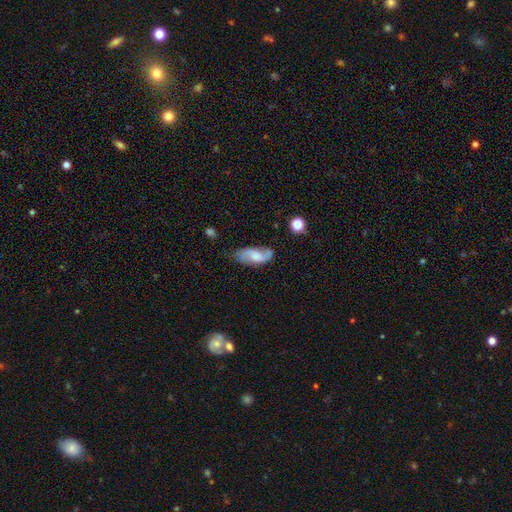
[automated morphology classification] smooth_or_featured: featured or disk (p=0.62) [alt: smooth p=0.31]
disk_edge_on: no (p=0.93) [alt: yes p=0.07]
bar: no (p=0.50) [alt: weak p=0.40]
has_spiral_arms: yes (p=0.92) [alt: no p=0.08]
spiral_winding: loose (p=0.43) [alt: medium p=0.42]
spiral_arm_count: 2 (p=0.85) [alt: can't tell p=0.07]
bulge_size: none (p=0.31) [alt: moderate p=0.27]
merging: none (p=0.65) [alt: minor disturbance p=0.23]